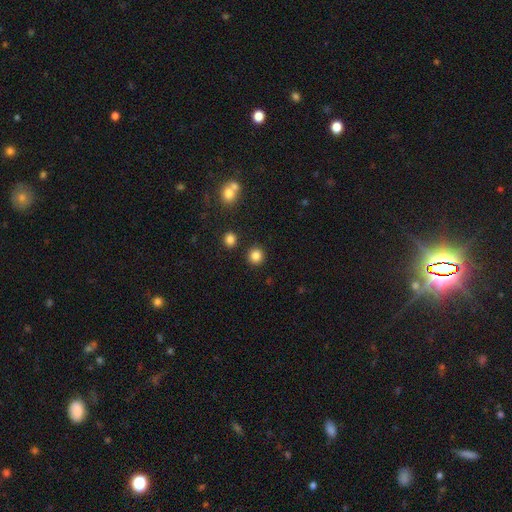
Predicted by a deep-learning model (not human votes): This is clearly a smooth galaxy (84%). How rounded: clearly round (93%). Merging: clearly none (90%).